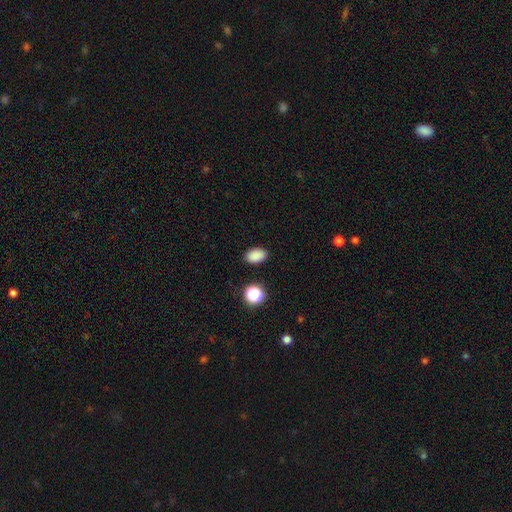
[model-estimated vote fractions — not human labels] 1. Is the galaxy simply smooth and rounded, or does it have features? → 86% smooth, 11% star or artifact, 3% featured or disk.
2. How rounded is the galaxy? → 86% in between, 13% round, 1% cigar-shaped.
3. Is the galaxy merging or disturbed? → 88% none, 8% minor disturbance, 2% major disturbance, 2% merger.